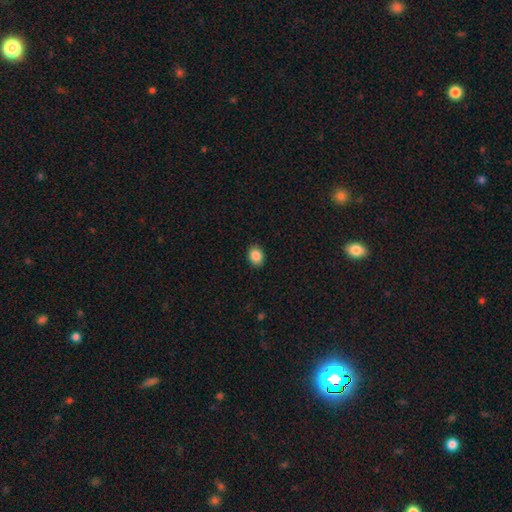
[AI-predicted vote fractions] Smooth or featured? Predicted: smooth (p=0.88). How rounded? Predicted: in between (p=0.58). Merging? Predicted: none (p=0.89).